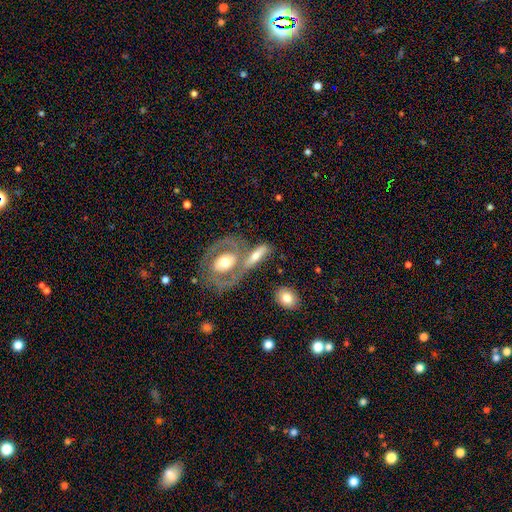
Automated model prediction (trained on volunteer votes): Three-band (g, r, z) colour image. It shows a featured or disk galaxy (54%). Merging: none (47%).